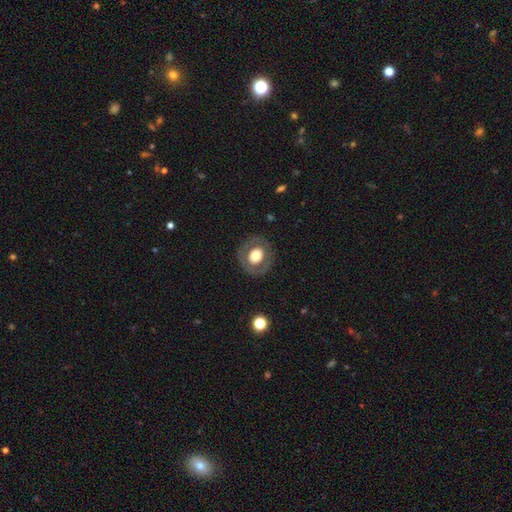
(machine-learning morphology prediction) This is possibly a smooth galaxy (55%). How rounded: likely round (74%). Merging: clearly none (82%).